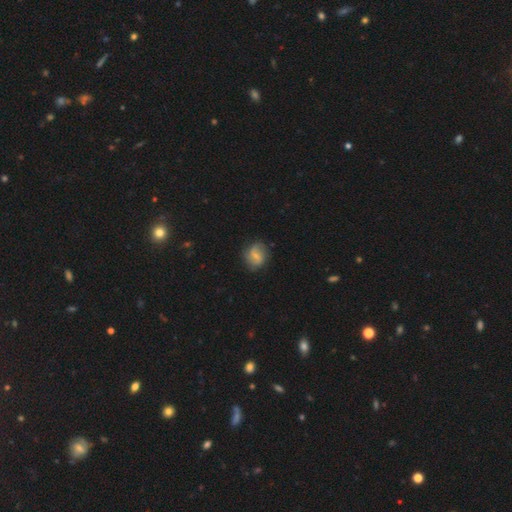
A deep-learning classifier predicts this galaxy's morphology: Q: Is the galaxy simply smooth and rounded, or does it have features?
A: featured or disk — 53%.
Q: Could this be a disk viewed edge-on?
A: no — 97%.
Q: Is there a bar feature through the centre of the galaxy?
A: weak — 54%.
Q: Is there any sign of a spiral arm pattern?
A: yes — 82%.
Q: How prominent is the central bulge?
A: small — 57%.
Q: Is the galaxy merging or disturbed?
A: none — 77%.